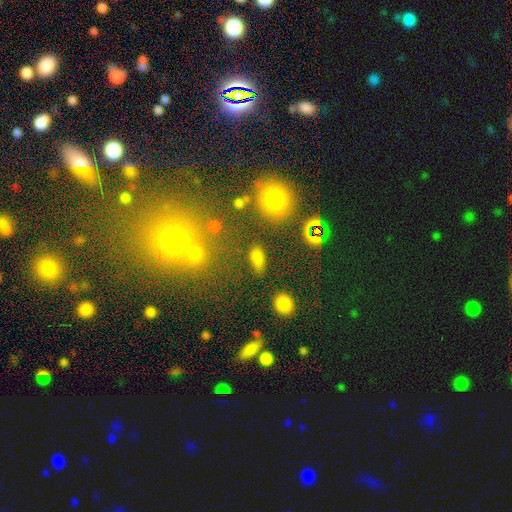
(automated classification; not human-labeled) The model was most divided on "smooth or featured": smooth: 76%, star or artifact: 17%, featured or disk: 7%. More confident: how rounded — in between (79%); merging — none (74%).